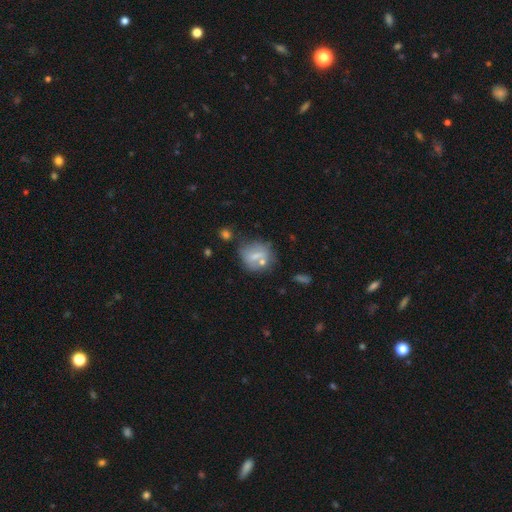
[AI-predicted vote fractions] smooth 59%, featured or disk 30%, star or artifact 10%. Down the decision tree: how rounded — round (66%); merging — none (50%).